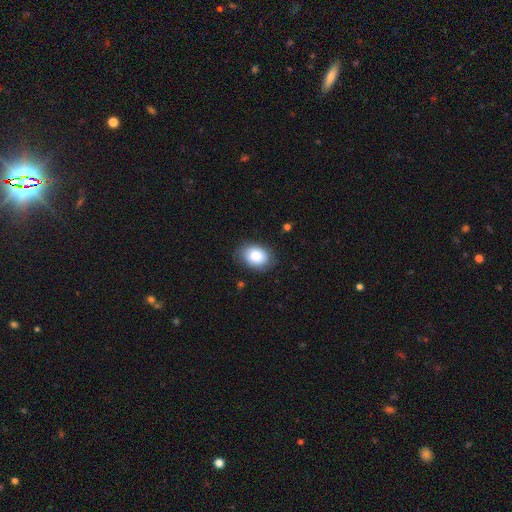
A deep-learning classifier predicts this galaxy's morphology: A smooth galaxy with no disk features (81%) that is in between round and cigar-shaped (76%). Merging: none (78%).